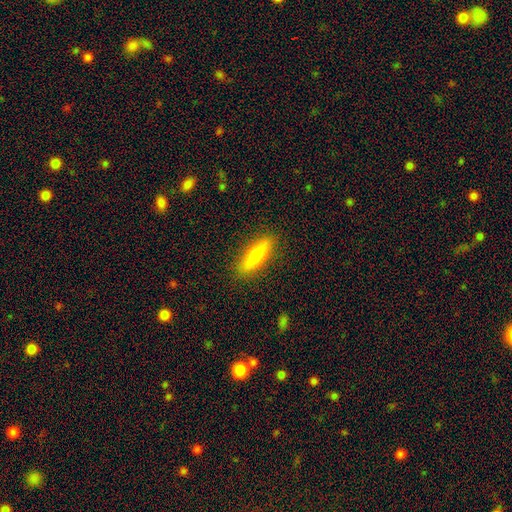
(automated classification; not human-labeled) Overall: smooth (66%; featured or disk 28%). How rounded: cigar-shaped (62%; in between 36%). Merging: none (88%).